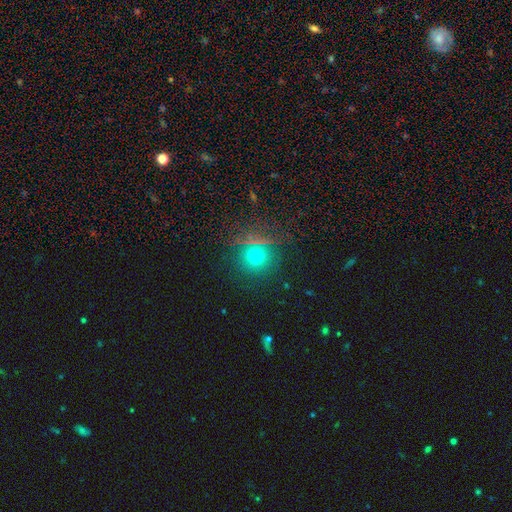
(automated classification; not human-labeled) Overall: smooth (67%). How rounded: round (93%). Merging: none (85%).